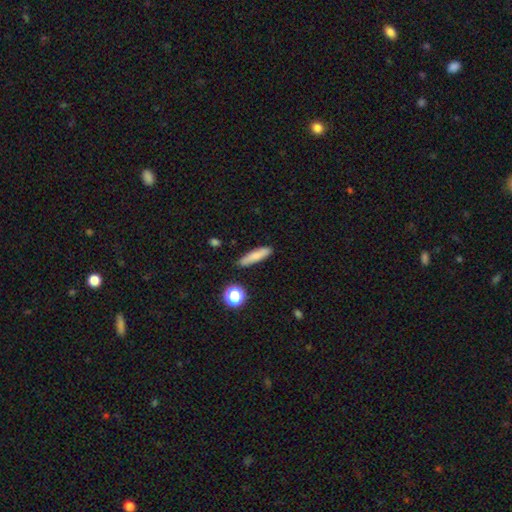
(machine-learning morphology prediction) A smooth galaxy with no disk features (79%) that is cigar-shaped (72%). Merging: none (85%).